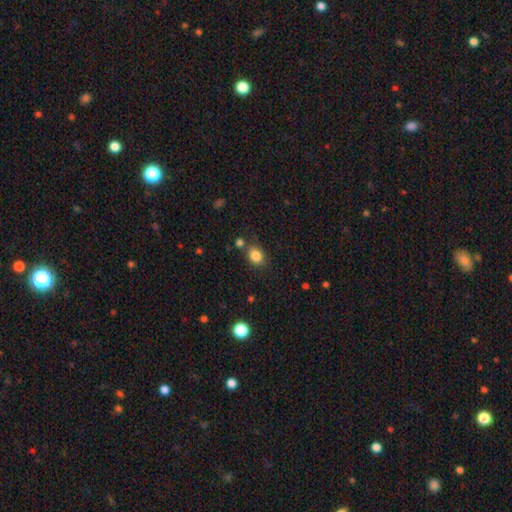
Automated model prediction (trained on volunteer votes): A smooth galaxy with no disk features (84%) that is round (53%).

Vote fractions:
- Smooth or featured? smooth: 84% / star or artifact: 11% / featured or disk: 5%
- How rounded? round: 53% / in between: 46% / cigar-shaped: 1%
- Merging? none: 72% / minor disturbance: 13% / merger: 10% / major disturbance: 4%